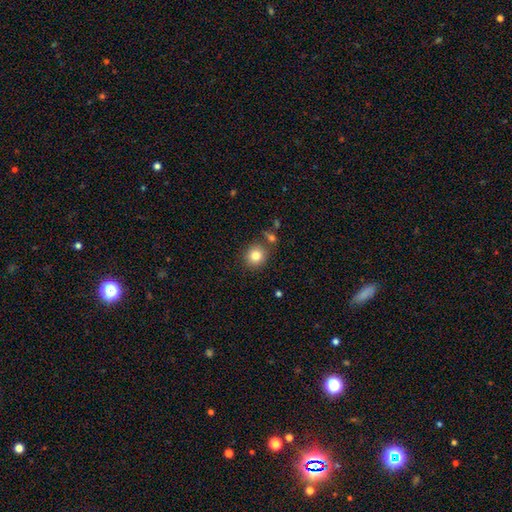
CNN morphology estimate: smooth_or_featured: smooth (p=0.82) [alt: star or artifact p=0.11]
how_rounded: round (p=0.85) [alt: in between p=0.14]
merging: none (p=0.78) [alt: minor disturbance p=0.10]